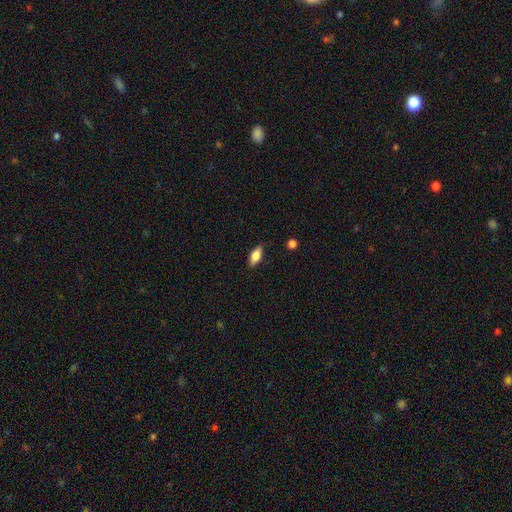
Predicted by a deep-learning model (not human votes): The model was most divided on "smooth or featured": smooth: 76%, featured or disk: 17%, star or artifact: 7%. More confident: merging — none (85%); how rounded — in between (82%).